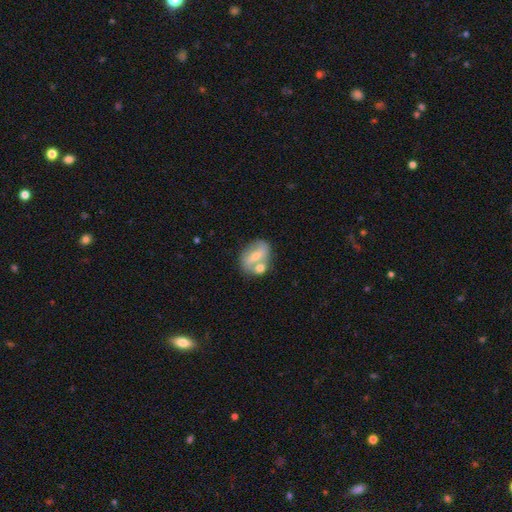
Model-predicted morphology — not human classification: This is possibly a featured or disk galaxy (50%). It is clearly not viewed edge-on (94%). Merging: marginally none (45%).